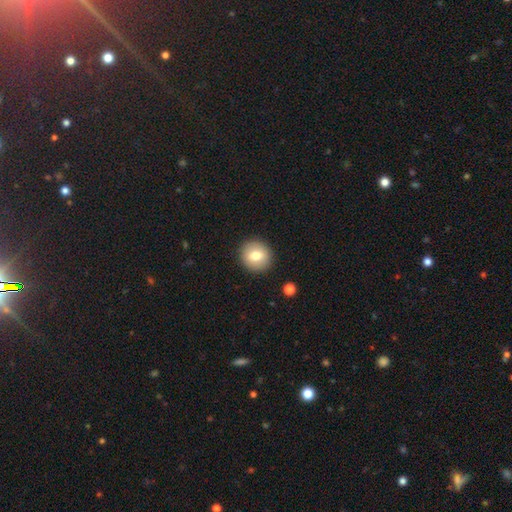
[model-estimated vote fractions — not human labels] The model was most divided on "smooth or featured": smooth: 75%, featured or disk: 17%, star or artifact: 8%. More confident: merging — none (91%); how rounded — round (88%).